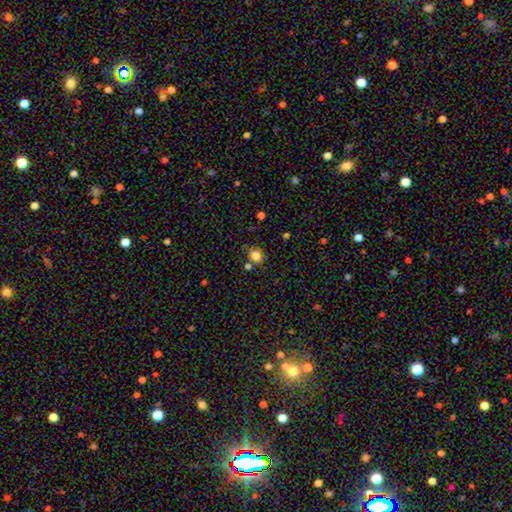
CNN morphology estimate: A smooth galaxy with no disk features (83%) that is round (88%). Merging: none (76%).